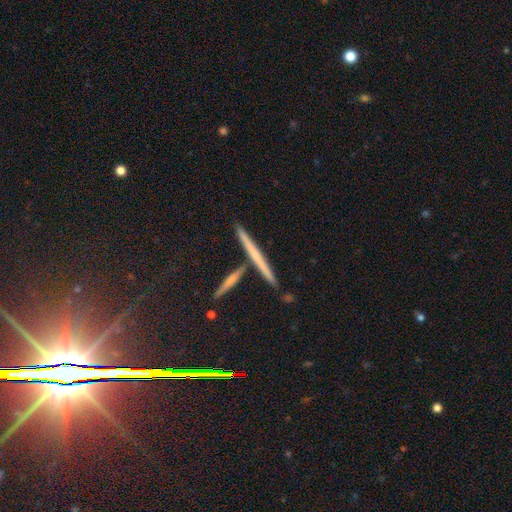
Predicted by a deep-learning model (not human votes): smooth_or_featured: featured or disk (p=0.50) [alt: smooth p=0.38]
merging: none (p=0.82) [alt: merger p=0.09]